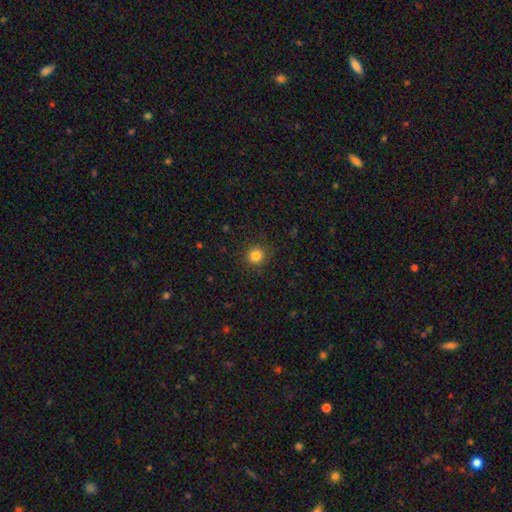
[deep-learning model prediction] Smooth or featured? Predicted: smooth (p=0.83). How rounded? Predicted: round (p=0.93). Merging? Predicted: none (p=0.90).